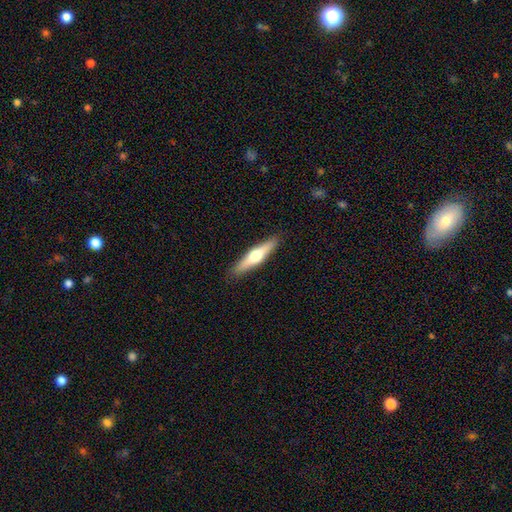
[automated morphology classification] Smooth or featured?
  - featured or disk: 55% *
  - smooth: 40%
  - star or artifact: 5%
Edge-on disk?
  - yes: 95% *
  - no: 5%
Edge-on bulge?
  - rounded: 94% *
  - boxy: 3%
  - none: 3%
Merging?
  - none: 90% *
  - minor disturbance: 7%
  - major disturbance: 2%
  - merger: 1%